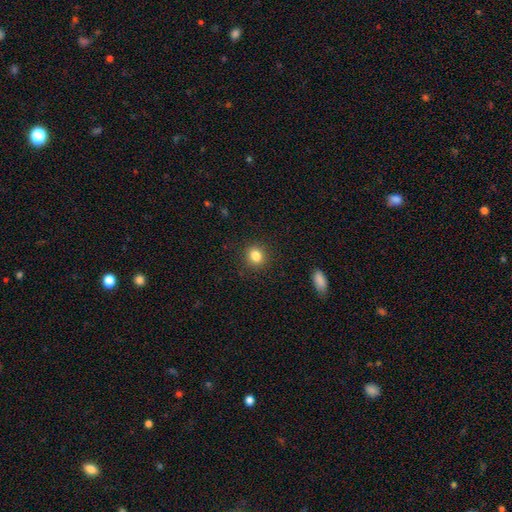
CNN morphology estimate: A smooth galaxy with no disk features (83%) that is round (85%). Merging: none (90%).